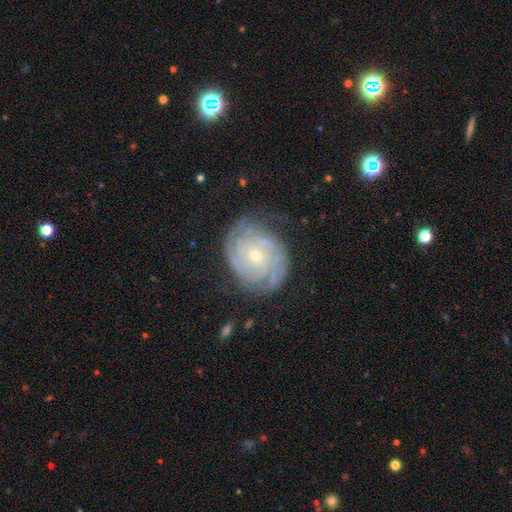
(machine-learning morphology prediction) Smooth or featured? featured or disk (85%)
Edge-on disk? no (97%)
Bar? no (71%)
Spiral arms? yes (96%)
Spiral winding? tight (79%)
Spiral arm count? can't tell (33%)
Bulge size? small (64%)
Merging? none (73%)